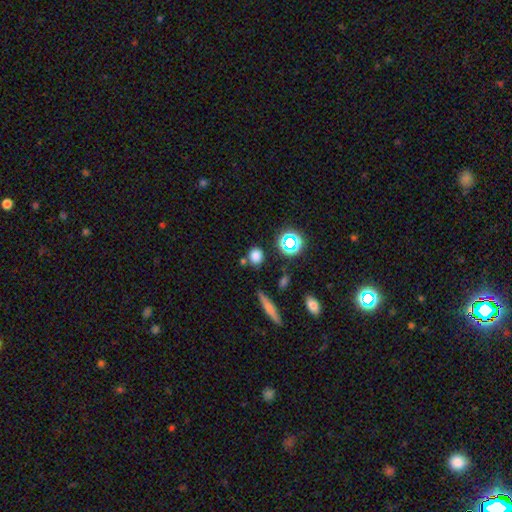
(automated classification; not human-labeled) Morphology: type=smooth (75%); roundness=round (69%); merging=none (76%).